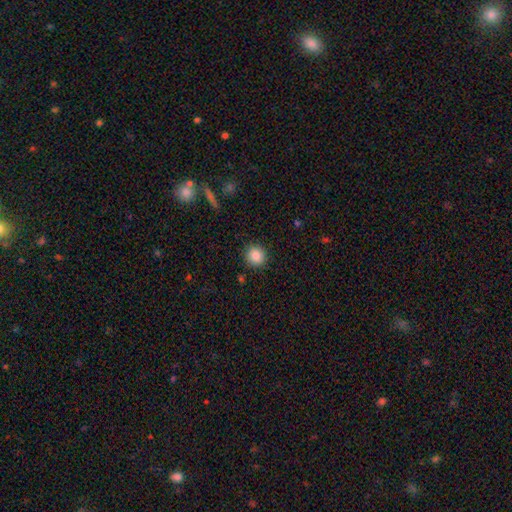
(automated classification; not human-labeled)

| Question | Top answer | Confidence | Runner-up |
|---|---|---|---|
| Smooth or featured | smooth | 88% | star or artifact (9%) |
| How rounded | round | 90% | in between (9%) |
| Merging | none | 90% | minor disturbance (6%) |